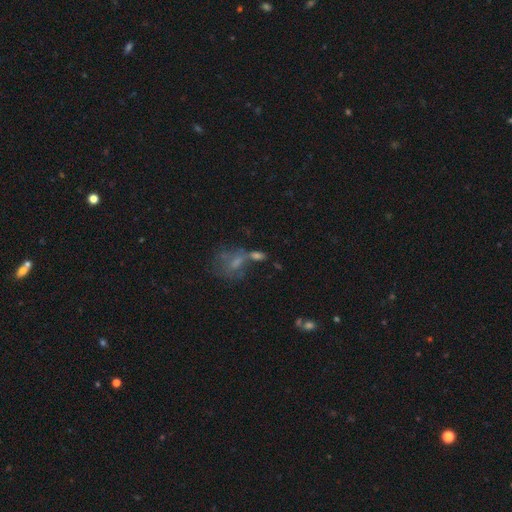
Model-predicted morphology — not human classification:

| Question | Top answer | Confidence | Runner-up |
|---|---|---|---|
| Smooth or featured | smooth | 41% | featured or disk (35%) |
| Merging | none | 35% | merger (29%) |